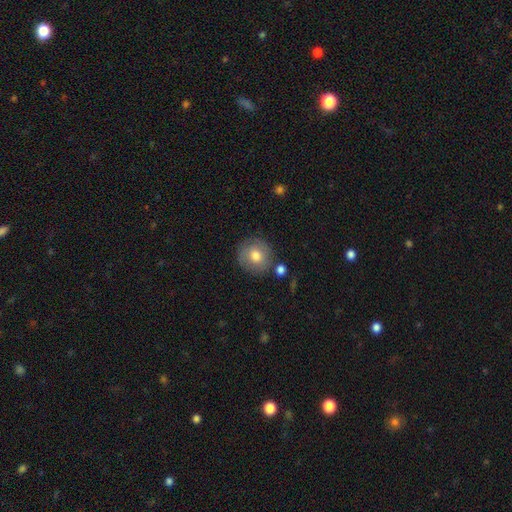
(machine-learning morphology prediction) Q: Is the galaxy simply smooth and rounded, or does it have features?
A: smooth — 76%.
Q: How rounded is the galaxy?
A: round — 90%.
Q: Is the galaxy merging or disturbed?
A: none — 81%.